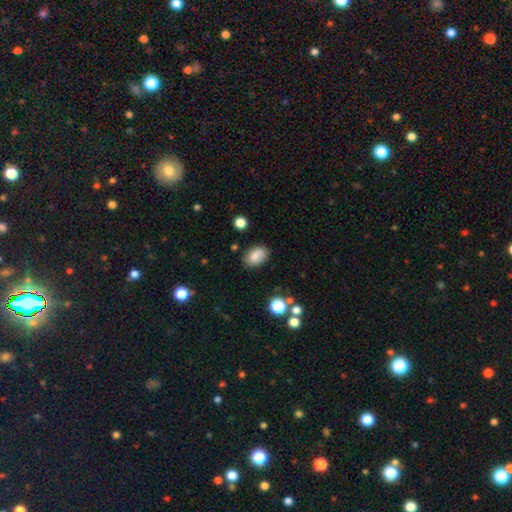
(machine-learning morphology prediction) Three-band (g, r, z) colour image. It shows a smooth galaxy with no disk features (85%) that is in between round and cigar-shaped (87%). Merging: none (82%).